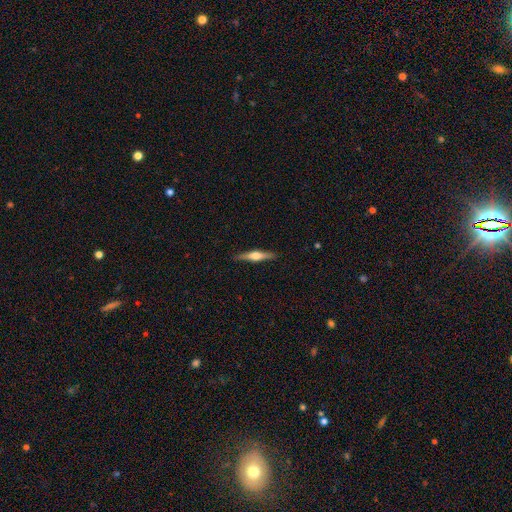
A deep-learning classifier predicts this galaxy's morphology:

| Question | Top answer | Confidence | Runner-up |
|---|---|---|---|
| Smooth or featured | featured or disk | 67% | smooth (27%) |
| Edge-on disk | yes | 98% | no (2%) |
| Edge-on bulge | rounded | 89% | boxy (8%) |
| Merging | none | 90% | minor disturbance (7%) |